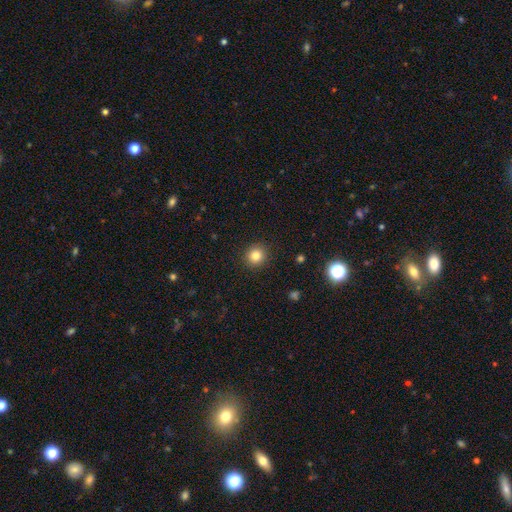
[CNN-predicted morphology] The model was most divided on "smooth or featured": smooth: 83%, star or artifact: 11%, featured or disk: 6%. More confident: merging — none (92%); how rounded — round (89%).